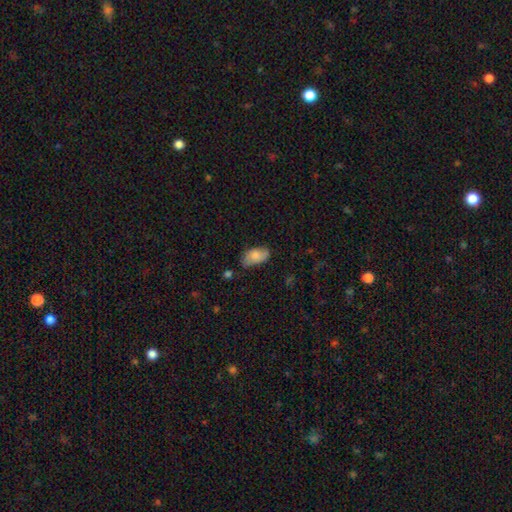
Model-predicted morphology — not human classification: type=smooth (75%); roundness=in between (93%); merging=none (64%).